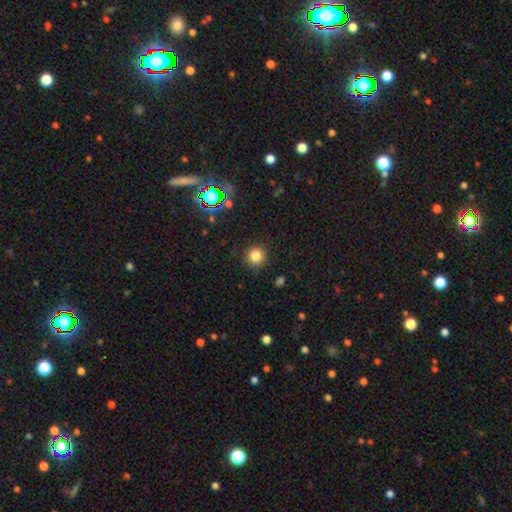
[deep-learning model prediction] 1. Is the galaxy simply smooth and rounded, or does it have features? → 80% smooth, 15% star or artifact, 5% featured or disk.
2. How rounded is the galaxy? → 94% round, 6% in between, 1% cigar-shaped.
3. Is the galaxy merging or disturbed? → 90% none, 6% minor disturbance, 2% major disturbance, 1% merger.